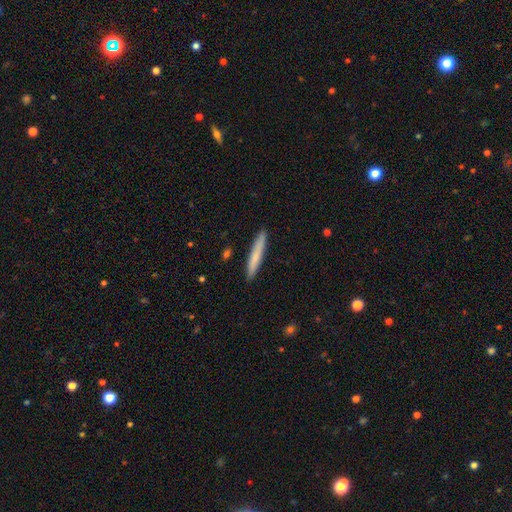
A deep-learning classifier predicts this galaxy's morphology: Q: Smooth or featured?
A: smooth (73%); runner-up: featured or disk (21%)
Q: How rounded?
A: cigar-shaped (96%); runner-up: in between (3%)
Q: Merging?
A: none (91%); runner-up: minor disturbance (6%)